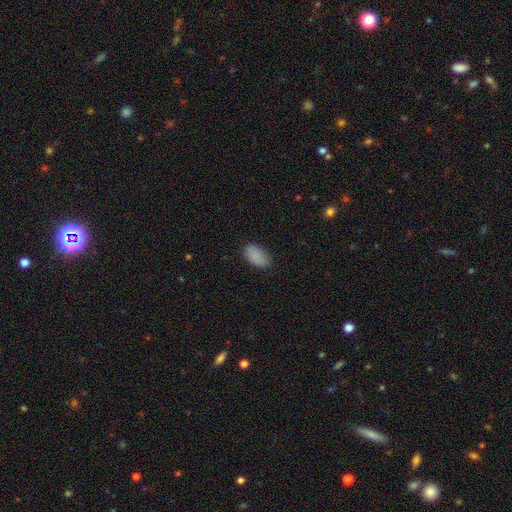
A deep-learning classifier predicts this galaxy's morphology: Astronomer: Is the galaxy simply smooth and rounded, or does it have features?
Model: smooth — 88%.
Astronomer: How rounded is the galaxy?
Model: in between — 94%.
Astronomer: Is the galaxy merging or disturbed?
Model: none — 79%.